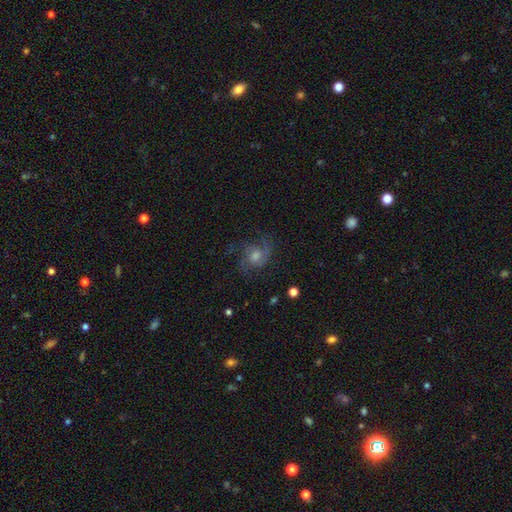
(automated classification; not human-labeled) Overall: featured or disk (72%). Edge-on disk: no (97%). Bar: no (65%; weak 30%). Spiral arms: yes (95%). Spiral arm count: 2 (44%; 3 24%). Spiral winding: medium (53%; loose 24%). Bulge size: moderate (53%; large 20%). Merging: none (70%).